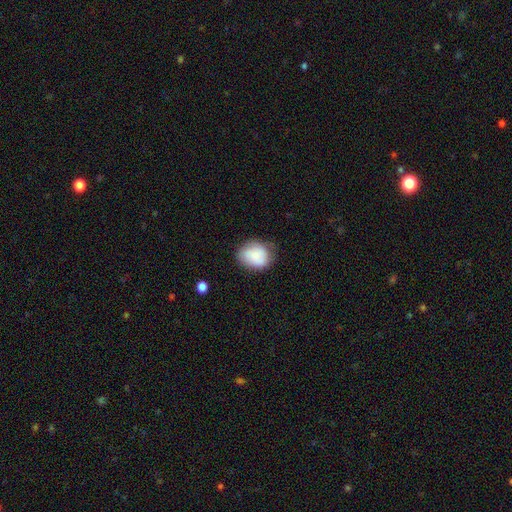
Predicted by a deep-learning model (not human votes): Smooth or featured? smooth (81%)
How rounded? round (50%)
Merging? none (65%)